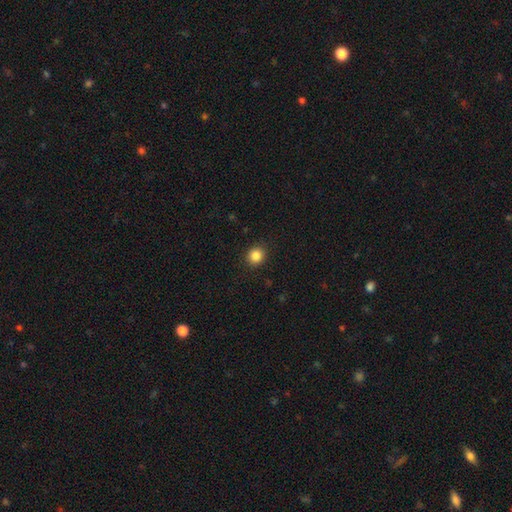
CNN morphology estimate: Smooth or featured: smooth — 85% (star or artifact — 11%)
How rounded: round — 84% (in between — 15%)
Merging: none — 91% (minor disturbance — 6%)